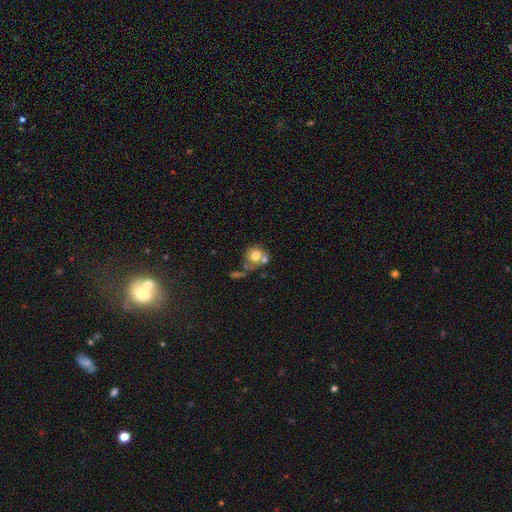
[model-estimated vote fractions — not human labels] Q: Smooth or featured?
A: smooth (71%); runner-up: featured or disk (19%)
Q: How rounded?
A: round (80%); runner-up: in between (19%)
Q: Merging?
A: none (41%); runner-up: merger (38%)